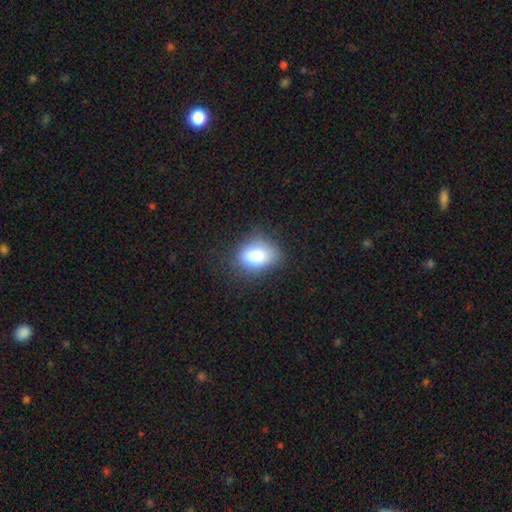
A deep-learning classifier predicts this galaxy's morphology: This appears to be a smooth galaxy with no disk features (80%) that is in between round and cigar-shaped (71%). Merging: none (74%).